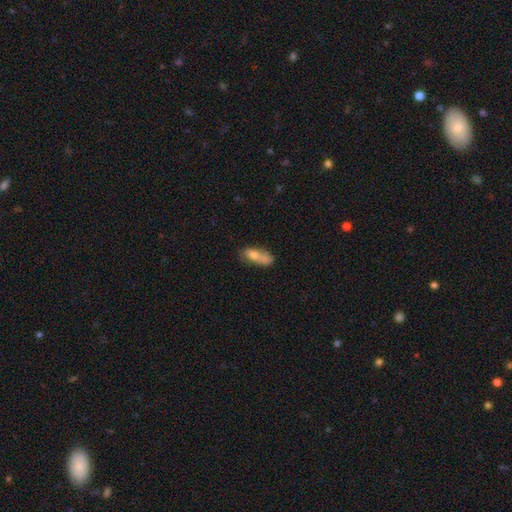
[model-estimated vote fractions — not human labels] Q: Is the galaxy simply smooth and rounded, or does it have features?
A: smooth — 72%.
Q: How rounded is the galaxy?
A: in between — 67%.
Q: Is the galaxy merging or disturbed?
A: none — 42%.